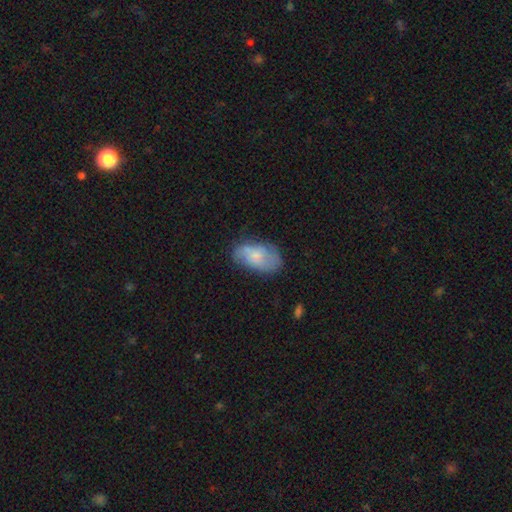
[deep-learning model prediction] The model was most divided on "merging": none: 54%, minor disturbance: 29%, major disturbance: 11%, merger: 6%. More confident: how rounded — in between (93%); smooth or featured — smooth (59%).